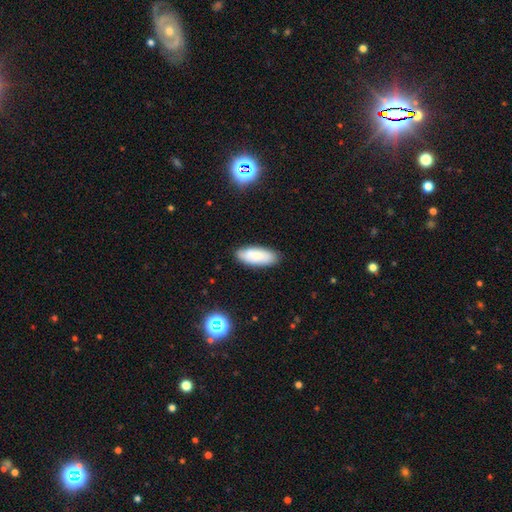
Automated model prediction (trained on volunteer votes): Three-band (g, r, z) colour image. It shows a smooth galaxy with no disk features (81%) that is in between round and cigar-shaped (79%). Merging: none (85%).